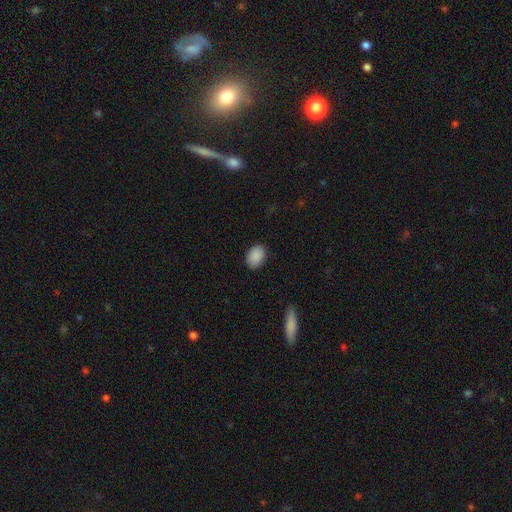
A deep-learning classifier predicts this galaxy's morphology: type=smooth (90%); roundness=in between (76%); merging=none (87%).